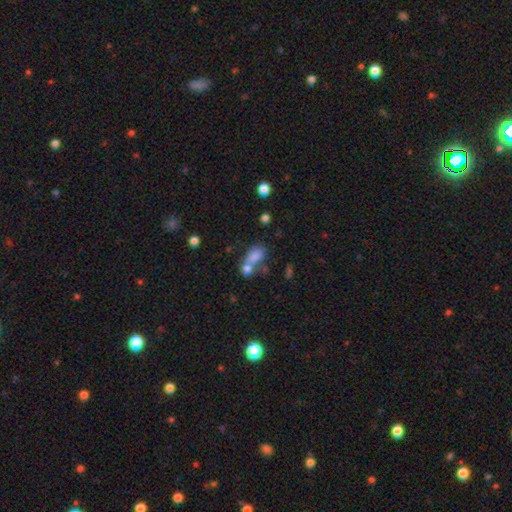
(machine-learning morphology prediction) Q: Smooth or featured?
A: smooth (78%); runner-up: featured or disk (11%)
Q: How rounded?
A: in between (83%); runner-up: round (13%)
Q: Merging?
A: merger (52%); runner-up: none (30%)